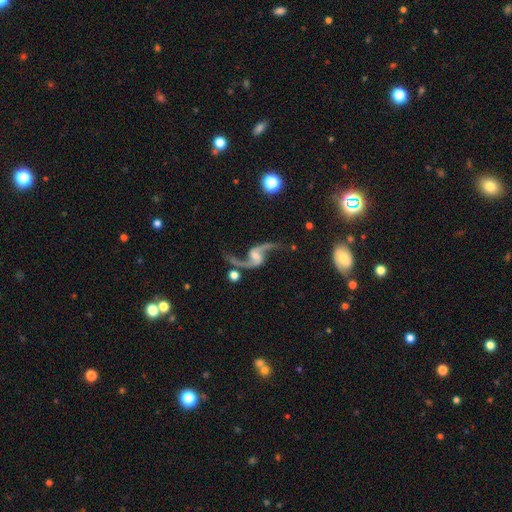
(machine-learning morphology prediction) A featured or disk galaxy (91%) with a weak bar (45%), 2 (94%) loose (89%) spiral arms (97%) and a small central bulge (47%). Merging: none (69%).